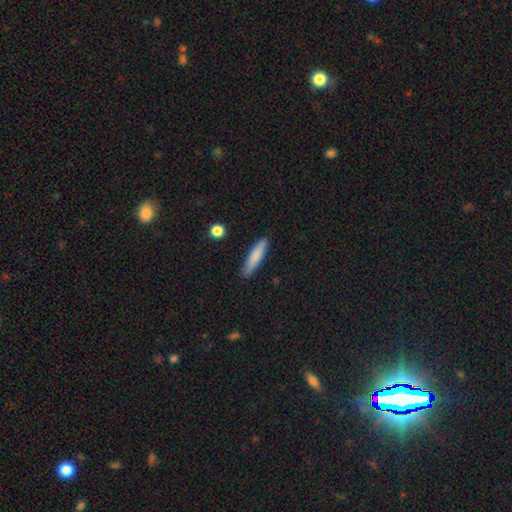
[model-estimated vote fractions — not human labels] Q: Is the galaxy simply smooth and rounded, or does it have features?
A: smooth — 81%.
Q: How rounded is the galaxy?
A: cigar-shaped — 85%.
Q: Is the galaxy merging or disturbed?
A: none — 87%.